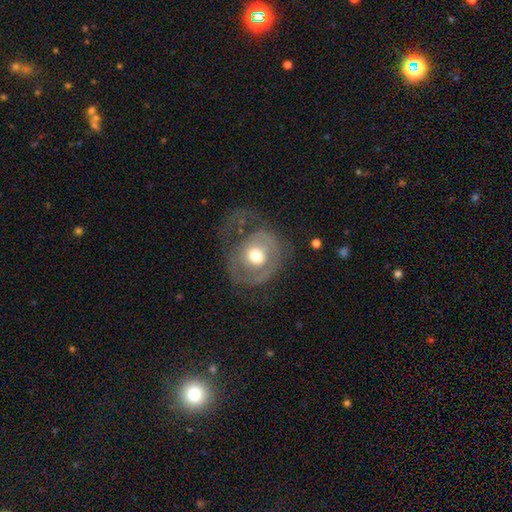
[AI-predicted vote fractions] The model was most divided on "spiral arms": yes: 52%, no: 48%. Remaining: edge-on disk — no (96%); bar — no (76%); bulge size — moderate (66%); smooth or featured — featured or disk (57%); merging — major disturbance (43%).